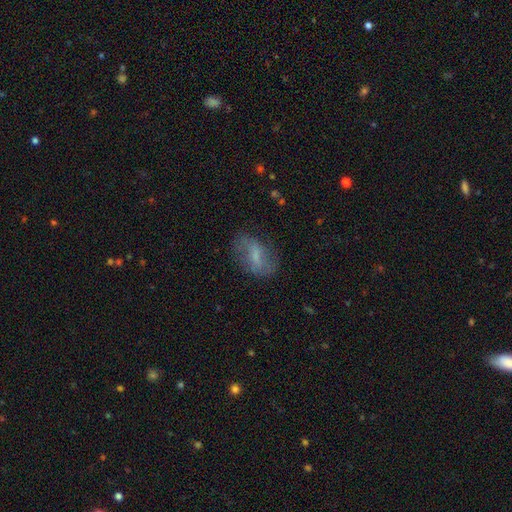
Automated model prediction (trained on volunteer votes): Smooth or featured: smooth — 46% (featured or disk — 44%)
Merging: none — 69% (minor disturbance — 20%)